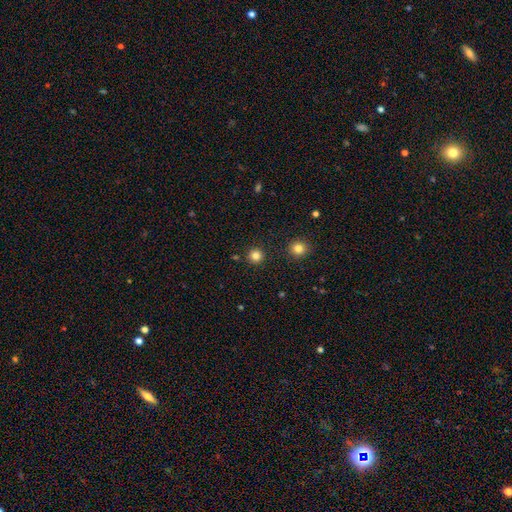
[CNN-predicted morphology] smooth 82%, star or artifact 13%, featured or disk 4%. Down the decision tree: how rounded — round (95%); merging — none (91%).